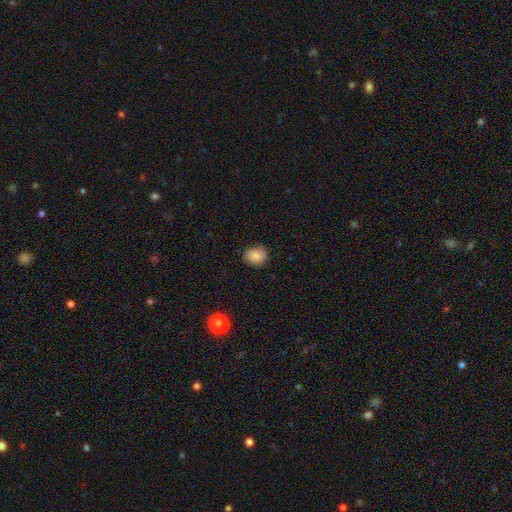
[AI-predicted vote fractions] Smooth or featured? Predicted: smooth (p=0.84). How rounded? Predicted: round (p=0.69). Merging? Predicted: none (p=0.78).